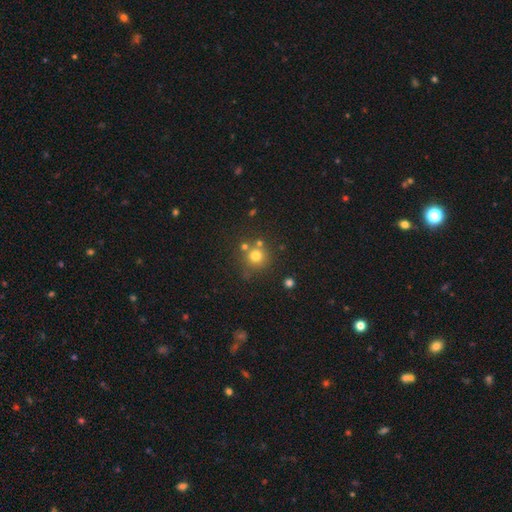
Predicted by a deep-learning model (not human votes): This is likely a smooth galaxy (74%). How rounded: clearly round (92%). Merging: likely none (69%).